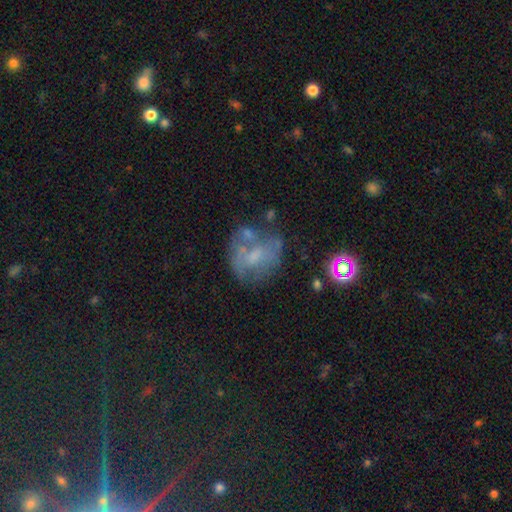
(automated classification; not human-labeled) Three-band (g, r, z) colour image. It shows a featured or disk galaxy (50%). Merging: none (49%).